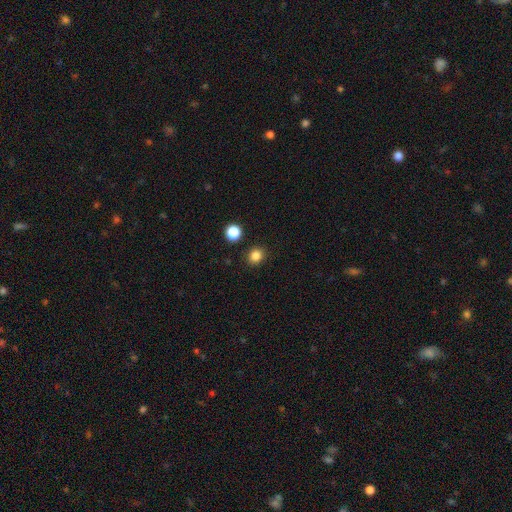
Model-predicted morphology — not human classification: A smooth galaxy with no disk features (84%) that is round (79%). Merging: none (90%).